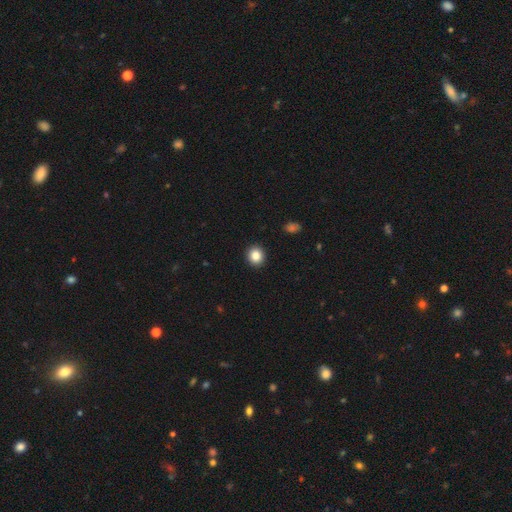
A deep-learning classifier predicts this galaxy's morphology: type=smooth (85%); roundness=round (87%); merging=none (93%).